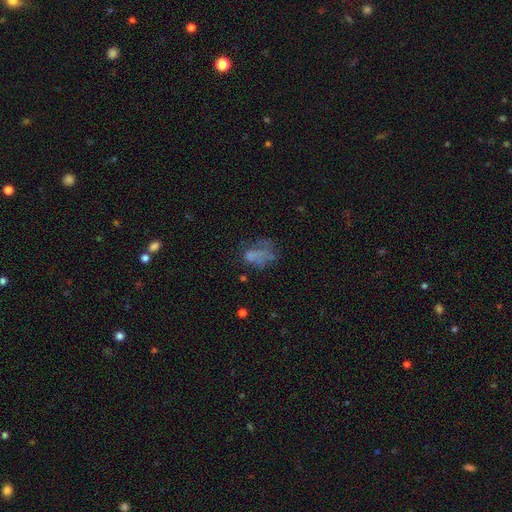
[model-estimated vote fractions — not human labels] The model was most divided on "merging": major disturbance: 38%, none: 33%, minor disturbance: 20%, merger: 8%. Remaining: smooth or featured — smooth (44%).